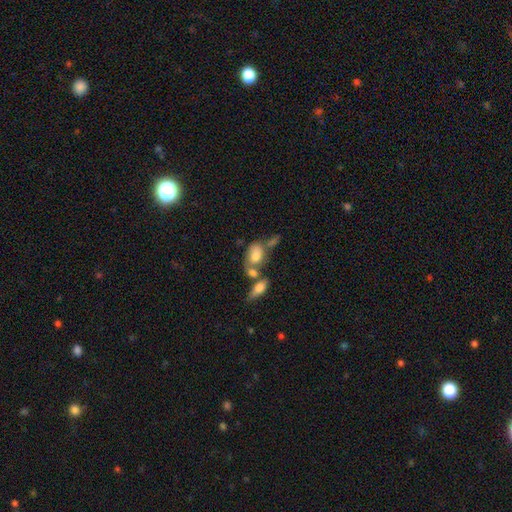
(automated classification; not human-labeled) This is likely a smooth galaxy (71%). How rounded: clearly in between (83%). Merging: marginally merger (44%).